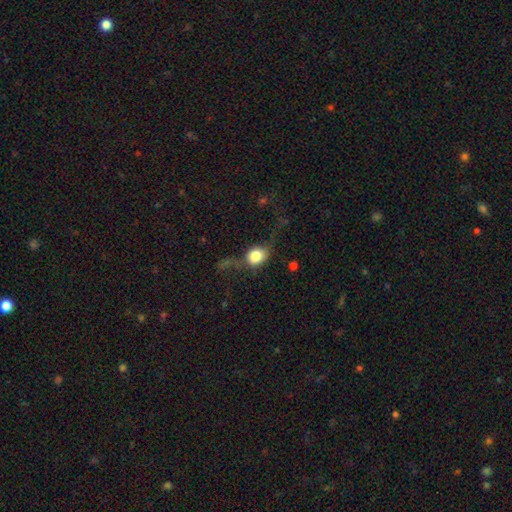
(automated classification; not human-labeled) smooth-or-featured: smooth: 67% | featured or disk: 24% | star or artifact: 9%
  how-rounded: round: 53% | in between: 45% | cigar-shaped: 2%
  merging: major disturbance: 38% | none: 36% | minor disturbance: 21% | merger: 5%